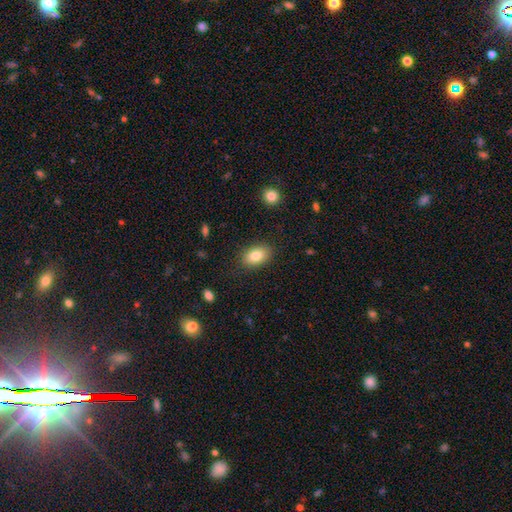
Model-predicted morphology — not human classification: This is clearly a smooth galaxy (82%). How rounded: clearly in between (89%). Merging: clearly none (86%).